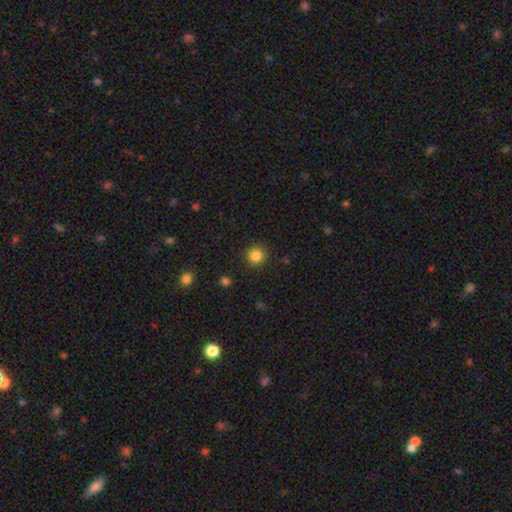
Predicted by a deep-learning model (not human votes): smooth_or_featured: smooth (p=0.84) [alt: star or artifact p=0.11]
how_rounded: round (p=0.93) [alt: in between p=0.06]
merging: none (p=0.90) [alt: minor disturbance p=0.07]